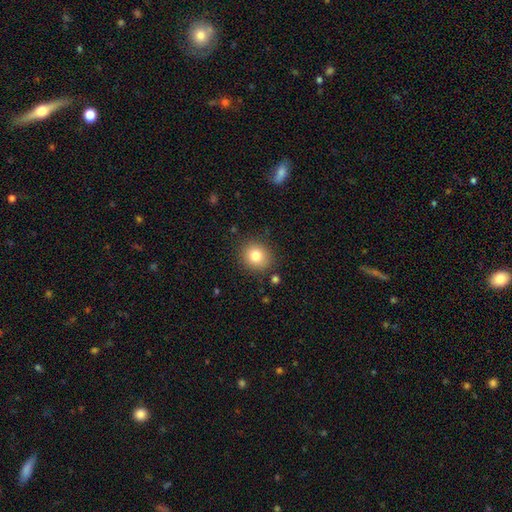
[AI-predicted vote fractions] A smooth galaxy with no disk features (80%) that is round (84%).

Vote fractions:
- Smooth or featured? smooth: 80% / star or artifact: 11% / featured or disk: 9%
- How rounded? round: 84% / in between: 15% / cigar-shaped: 1%
- Merging? none: 87% / minor disturbance: 8% / major disturbance: 3% / merger: 2%